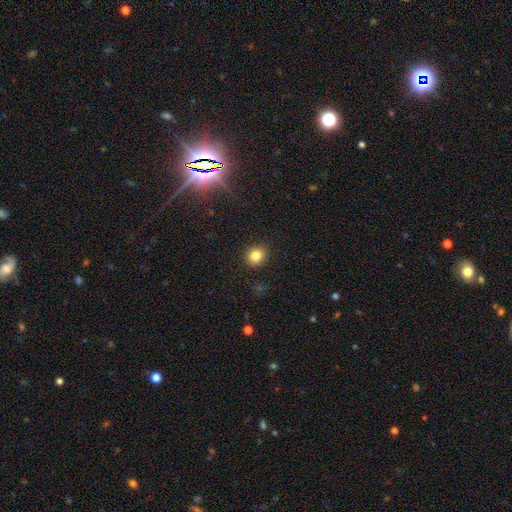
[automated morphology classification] This appears to be a smooth galaxy with no disk features (83%) that is round (80%). Merging: none (90%).